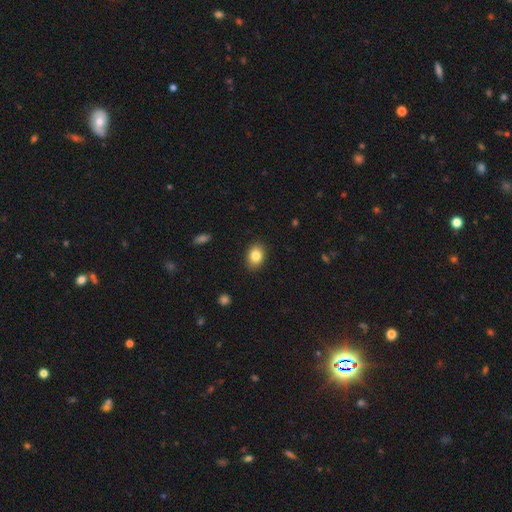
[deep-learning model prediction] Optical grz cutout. It shows a smooth galaxy with no disk features (83%) that is in between round and cigar-shaped (70%). Merging: none (89%).